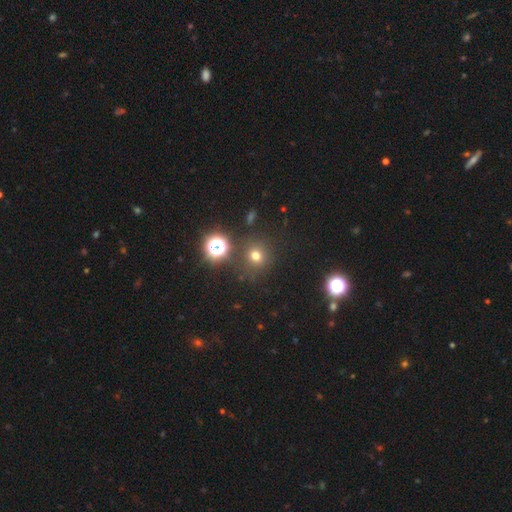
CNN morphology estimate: smooth_or_featured: smooth (p=0.67) [alt: star or artifact p=0.25]
how_rounded: round (p=0.90) [alt: in between p=0.09]
merging: none (p=0.85) [alt: minor disturbance p=0.08]